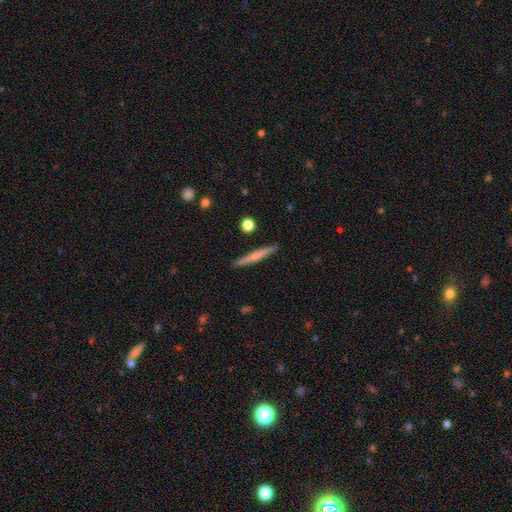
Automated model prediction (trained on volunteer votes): smooth_or_featured: smooth (p=0.55) [alt: featured or disk p=0.39]
how_rounded: cigar-shaped (p=0.96) [alt: in between p=0.03]
merging: none (p=0.91) [alt: minor disturbance p=0.07]